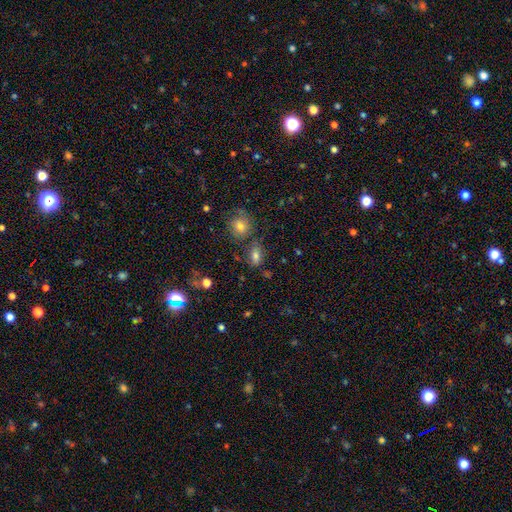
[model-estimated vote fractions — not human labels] A smooth galaxy with no disk features (76%) that is in between round and cigar-shaped (80%). Merging: none (67%).